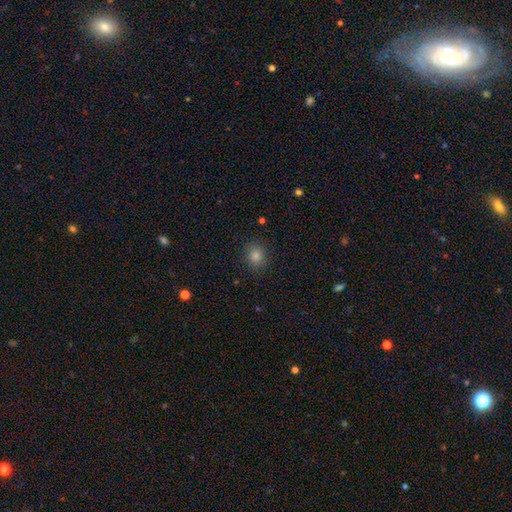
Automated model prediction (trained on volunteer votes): This is likely a smooth galaxy (80%). How rounded: likely round (73%). Merging: clearly none (90%).